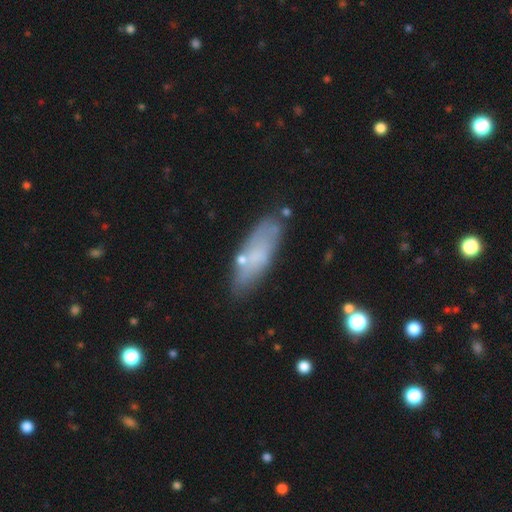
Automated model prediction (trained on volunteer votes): A smooth galaxy with no disk features (60%) that is in between round and cigar-shaped (63%).

Vote fractions:
- Smooth or featured? smooth: 60% / featured or disk: 31% / star or artifact: 9%
- How rounded? in between: 63% / cigar-shaped: 34% / round: 2%
- Merging? none: 72% / minor disturbance: 18% / merger: 5% / major disturbance: 5%